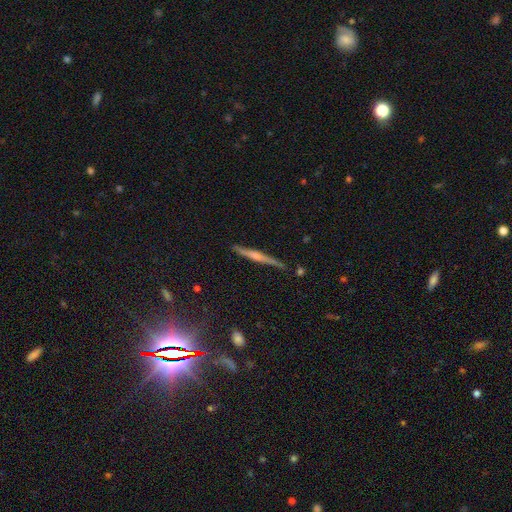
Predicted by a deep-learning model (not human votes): A featured or disk galaxy (60%) viewed edge-on (94%) with a rounded central bulge (76%).

Vote fractions:
- Smooth or featured? featured or disk: 60% / star or artifact: 24% / smooth: 16%
- Edge-on disk? yes: 94% / no: 6%
- Edge-on bulge? rounded: 76% / none: 14% / boxy: 9%
- Merging? none: 83% / minor disturbance: 11% / major disturbance: 3% / merger: 3%